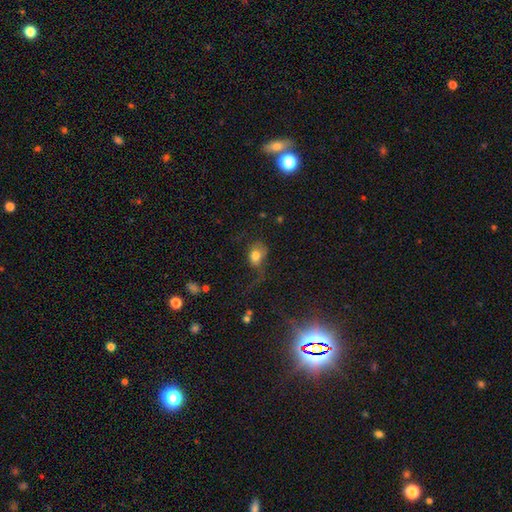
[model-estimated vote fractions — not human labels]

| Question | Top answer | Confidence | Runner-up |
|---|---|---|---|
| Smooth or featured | smooth | 72% | featured or disk (18%) |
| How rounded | in between | 58% | round (41%) |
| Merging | major disturbance | 46% | none (28%) |